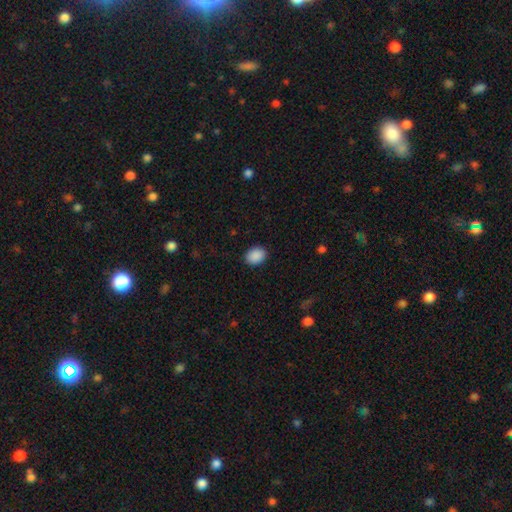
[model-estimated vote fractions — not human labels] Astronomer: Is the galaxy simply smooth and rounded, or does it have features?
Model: smooth — 90%.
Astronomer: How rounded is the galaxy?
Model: in between — 62%.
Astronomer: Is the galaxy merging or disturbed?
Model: none — 90%.